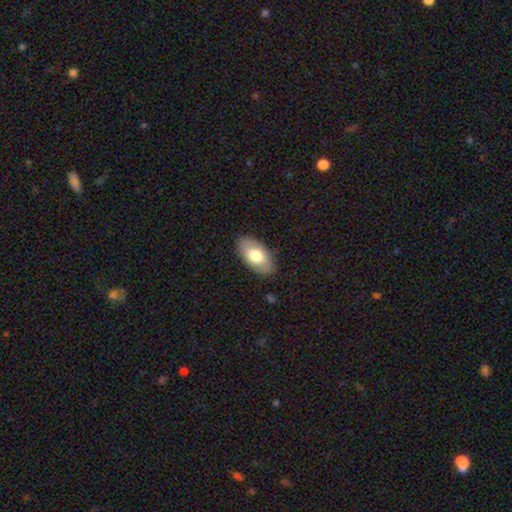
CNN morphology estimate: Smooth or featured?
  - smooth: 68% *
  - featured or disk: 27%
  - star or artifact: 5%
How rounded?
  - in between: 95% *
  - round: 3%
  - cigar-shaped: 2%
Merging?
  - none: 86% *
  - minor disturbance: 11%
  - major disturbance: 3%
  - merger: 1%